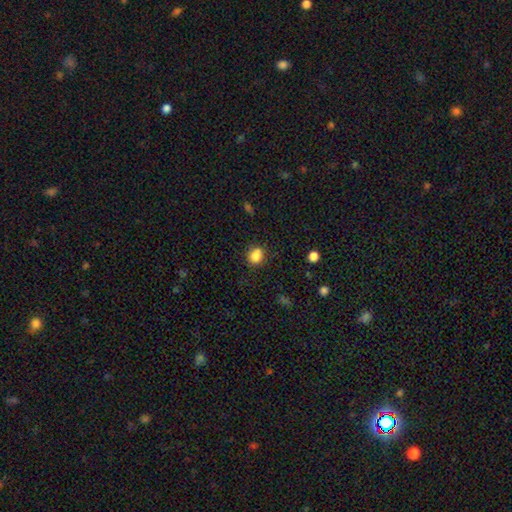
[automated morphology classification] A smooth galaxy with no disk features (84%) that is round (61%). Merging: none (73%).